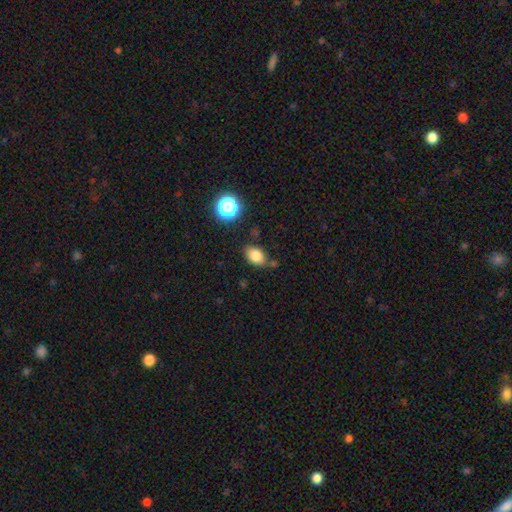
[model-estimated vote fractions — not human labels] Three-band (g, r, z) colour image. It shows a smooth galaxy with no disk features (82%) that is in between round and cigar-shaped (80%). Merging: none (75%).